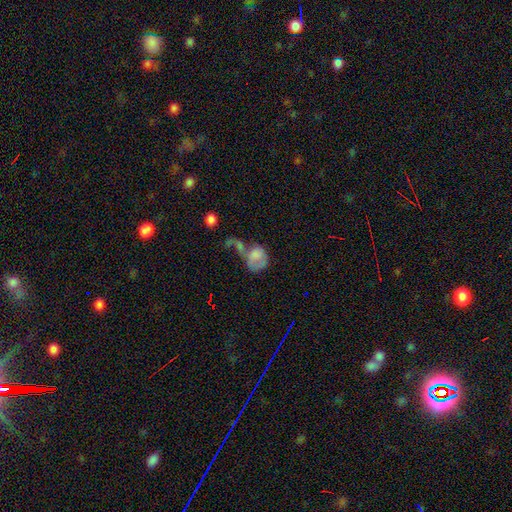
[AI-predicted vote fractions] Overall: smooth (64%; featured or disk 27%). How rounded: in between (57%; round 41%). Merging: merger (45%; major disturbance 28%).